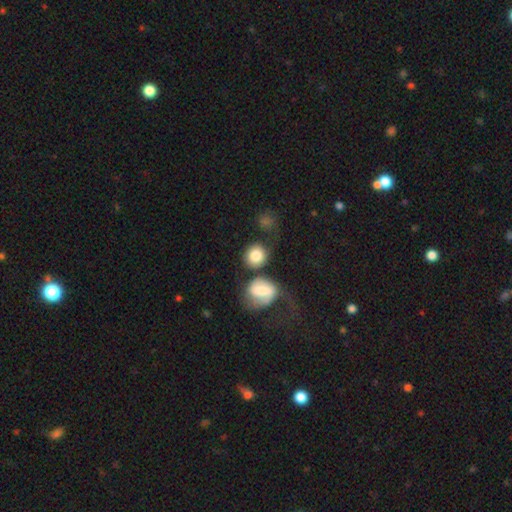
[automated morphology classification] This appears to be a smooth galaxy with no disk features (80%) that is round (81%). Merging: none (50%).